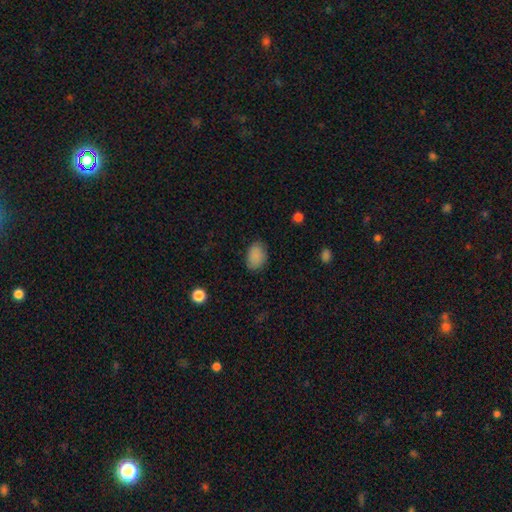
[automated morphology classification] type=smooth (87%); roundness=in between (82%); merging=none (82%).